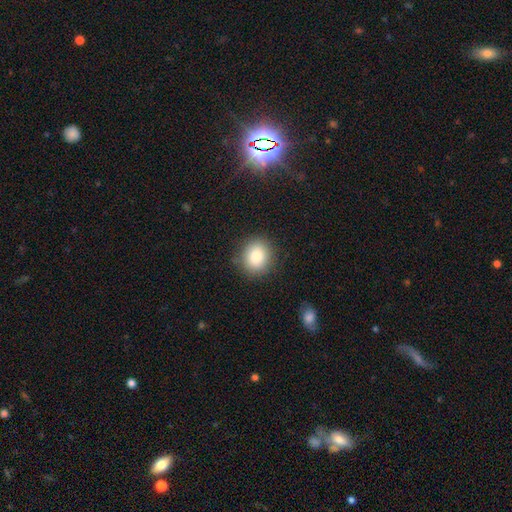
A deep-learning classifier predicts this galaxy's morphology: smooth 84%, star or artifact 9%, featured or disk 7%. Down the decision tree: how rounded — round (76%); merging — none (86%).